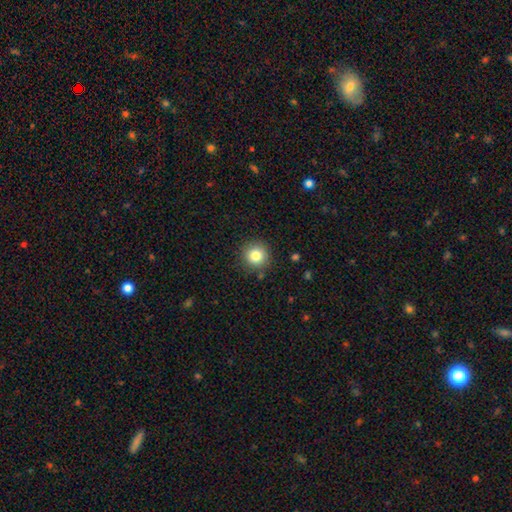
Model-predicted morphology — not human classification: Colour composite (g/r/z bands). It shows a smooth galaxy with no disk features (82%) that is round (94%). Merging: none (88%).